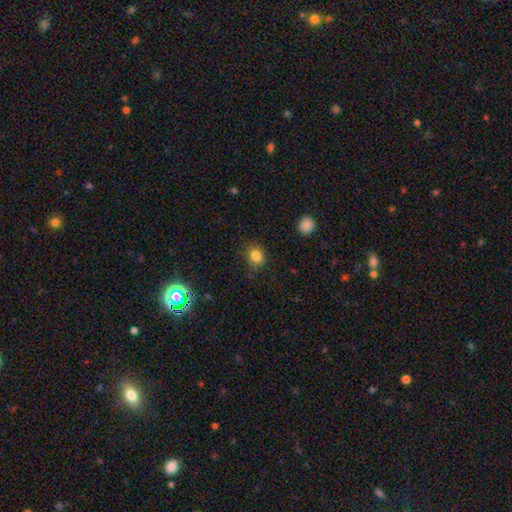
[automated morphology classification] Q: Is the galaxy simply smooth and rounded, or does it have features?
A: smooth — 82%.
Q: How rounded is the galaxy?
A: round — 76%.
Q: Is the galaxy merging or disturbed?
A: none — 80%.